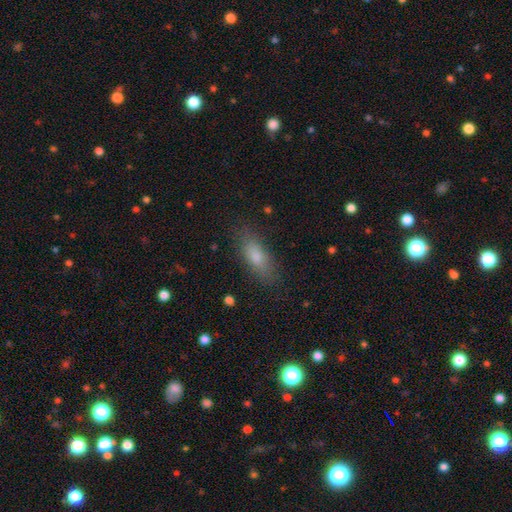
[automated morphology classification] Overall: smooth (75%). How rounded: in between (67%; cigar-shaped 30%). Merging: none (84%).